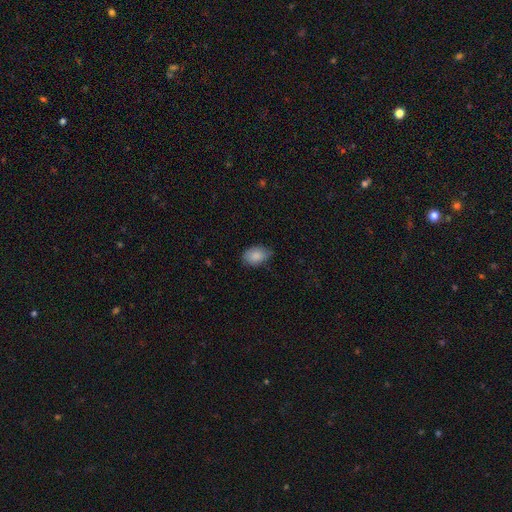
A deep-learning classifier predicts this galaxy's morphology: smooth-or-featured: smooth: 87% | star or artifact: 7% | featured or disk: 6%
  how-rounded: in between: 85% | round: 14% | cigar-shaped: 1%
  merging: none: 74% | minor disturbance: 22% | major disturbance: 3% | merger: 1%